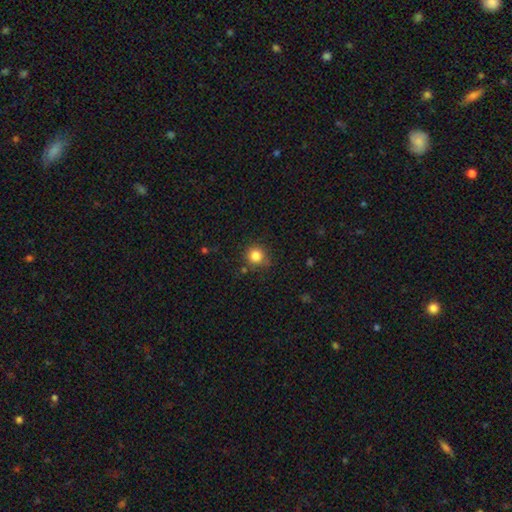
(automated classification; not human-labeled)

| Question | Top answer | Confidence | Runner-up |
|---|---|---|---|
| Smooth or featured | smooth | 83% | star or artifact (12%) |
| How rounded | round | 90% | in between (9%) |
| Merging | none | 79% | minor disturbance (14%) |